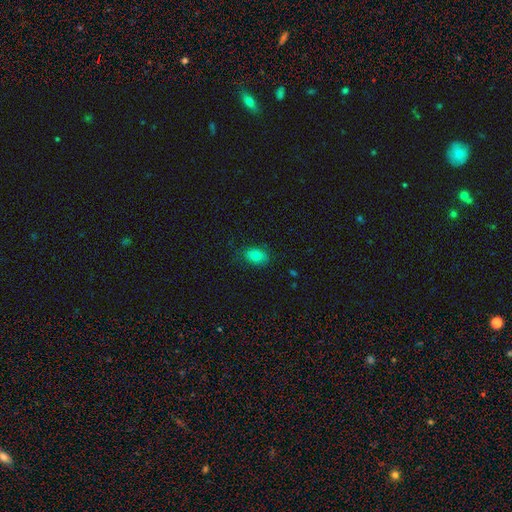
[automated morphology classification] smooth_or_featured: smooth (p=0.80) [alt: star or artifact p=0.10]
how_rounded: in between (p=0.79) [alt: round p=0.19]
merging: none (p=0.79) [alt: minor disturbance p=0.16]